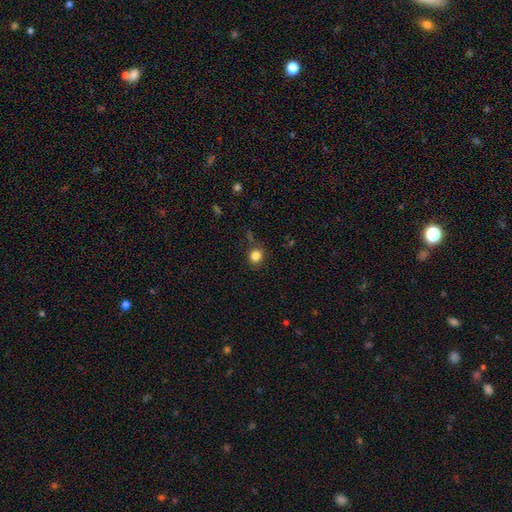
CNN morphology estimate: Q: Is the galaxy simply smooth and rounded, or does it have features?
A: smooth — 83%.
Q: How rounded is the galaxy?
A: round — 79%.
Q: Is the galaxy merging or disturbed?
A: none — 81%.